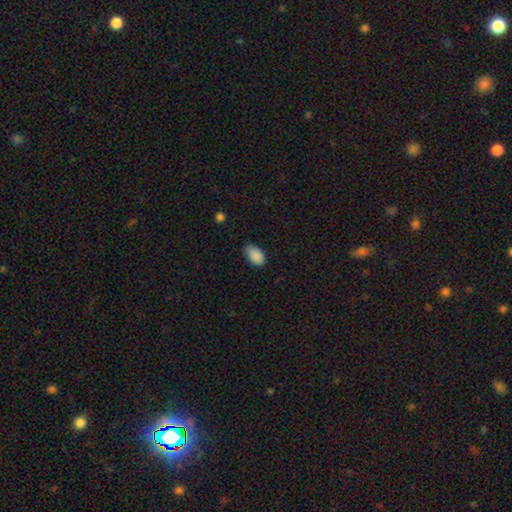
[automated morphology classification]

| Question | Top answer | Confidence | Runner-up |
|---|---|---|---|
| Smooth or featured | smooth | 89% | star or artifact (8%) |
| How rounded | in between | 93% | round (6%) |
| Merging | none | 72% | minor disturbance (23%) |